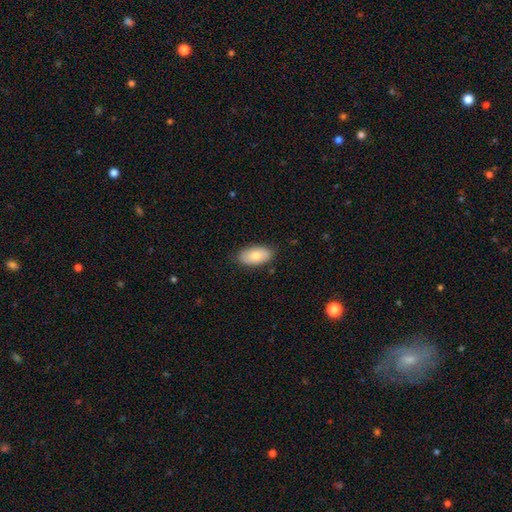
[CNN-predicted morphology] The model was most divided on "smooth or featured": smooth: 77%, featured or disk: 17%, star or artifact: 6%. More confident: how rounded — in between (95%); merging — none (83%).